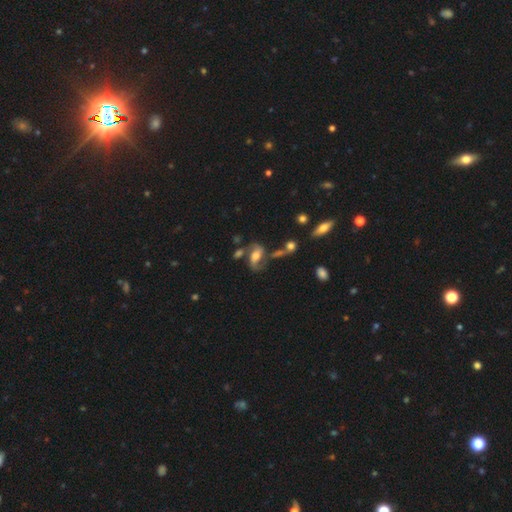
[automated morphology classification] This is likely a featured or disk galaxy (70%). It is clearly not viewed edge-on (94%). Bar: marginally weak (37%). Spiral arm pattern: clearly yes (89%). Spiral arm count: clearly 2 (88%). Spiral winding: possibly loose (48%). Central bulge: likely moderate (61%). Merging: possibly none (51%).